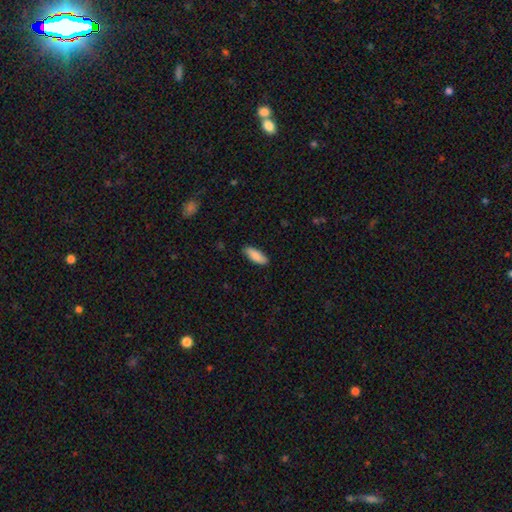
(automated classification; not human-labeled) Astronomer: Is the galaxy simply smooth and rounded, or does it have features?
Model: smooth — 86%.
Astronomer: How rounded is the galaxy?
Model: in between — 67%.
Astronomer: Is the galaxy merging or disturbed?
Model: none — 85%.